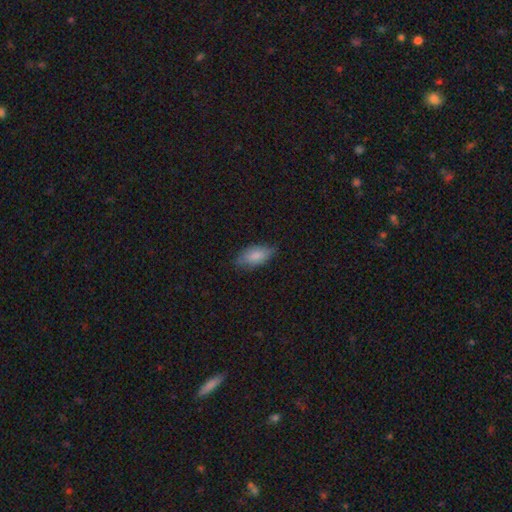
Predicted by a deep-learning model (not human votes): A smooth galaxy with no disk features (81%) that is in between round and cigar-shaped (88%).

Vote fractions:
- Smooth or featured? smooth: 81% / featured or disk: 12% / star or artifact: 7%
- How rounded? in between: 88% / cigar-shaped: 10% / round: 3%
- Merging? none: 71% / minor disturbance: 24% / major disturbance: 4% / merger: 1%